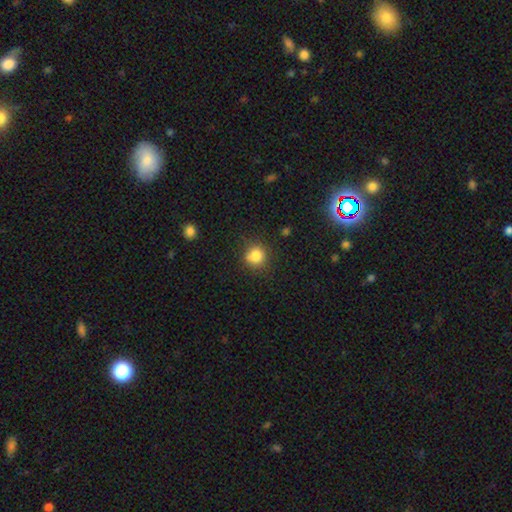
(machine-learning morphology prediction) Smooth or featured? Predicted: smooth (p=0.82). How rounded? Predicted: round (p=0.86). Merging? Predicted: none (p=0.77).